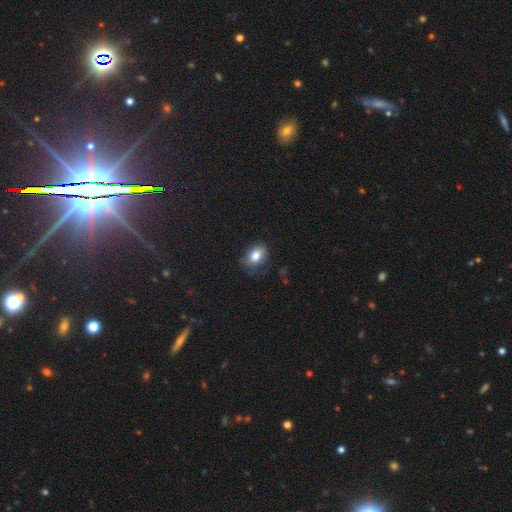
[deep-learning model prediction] A smooth galaxy with no disk features (82%) that is in between round and cigar-shaped (73%). Merging: none (73%).